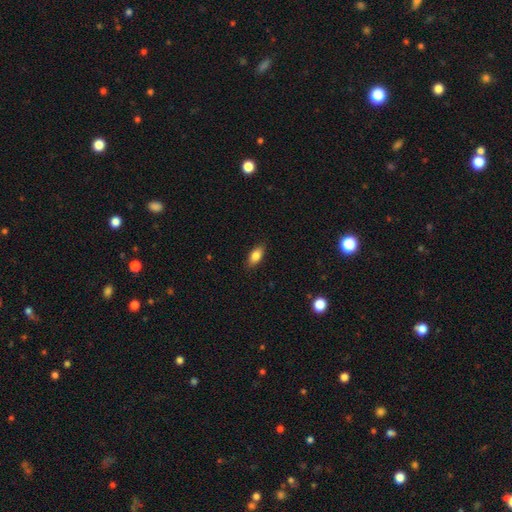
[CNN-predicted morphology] The model was most divided on "smooth or featured": smooth: 84%, featured or disk: 9%, star or artifact: 7%. More confident: how rounded — in between (87%); merging — none (87%).